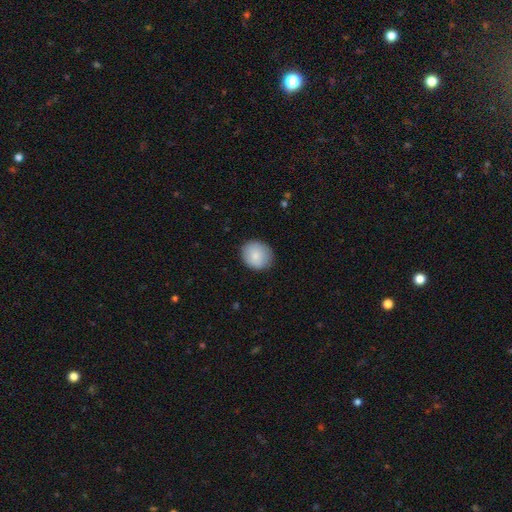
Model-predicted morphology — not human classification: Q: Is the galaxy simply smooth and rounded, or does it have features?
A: smooth — 84%.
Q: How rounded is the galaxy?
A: round — 72%.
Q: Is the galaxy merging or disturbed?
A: none — 85%.